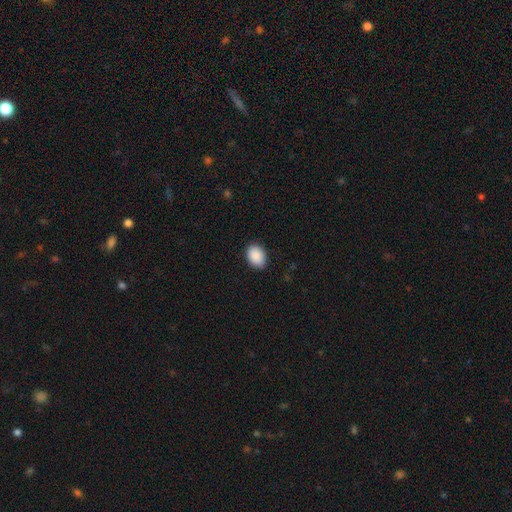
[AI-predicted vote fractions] Overall: smooth (91%). How rounded: in between (80%). Merging: none (87%).